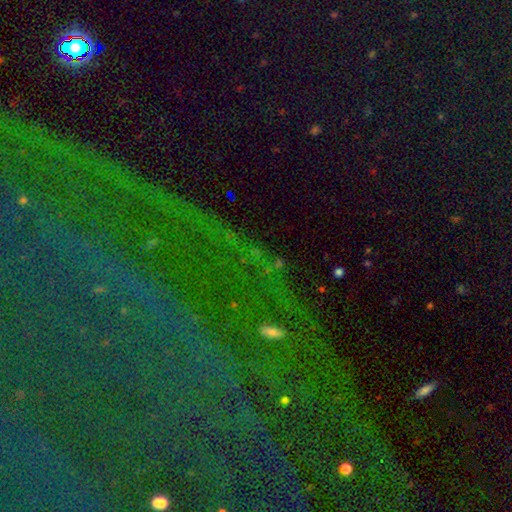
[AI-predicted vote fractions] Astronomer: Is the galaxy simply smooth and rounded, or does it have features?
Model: star or artifact — 77%.